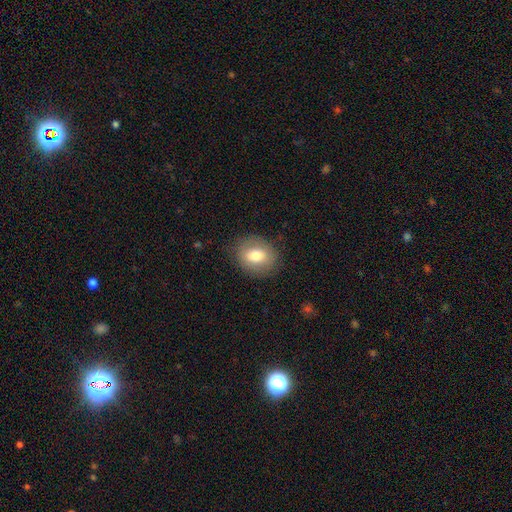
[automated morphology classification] A smooth galaxy with no disk features (74%) that is round (51%). Merging: none (83%).